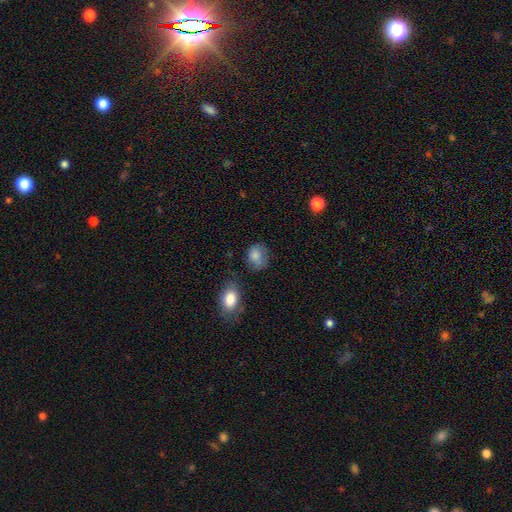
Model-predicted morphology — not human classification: smooth-or-featured: smooth: 83% | star or artifact: 9% | featured or disk: 8%
  how-rounded: round: 51% | in between: 48% | cigar-shaped: 1%
  merging: none: 56% | minor disturbance: 30% | major disturbance: 10% | merger: 5%